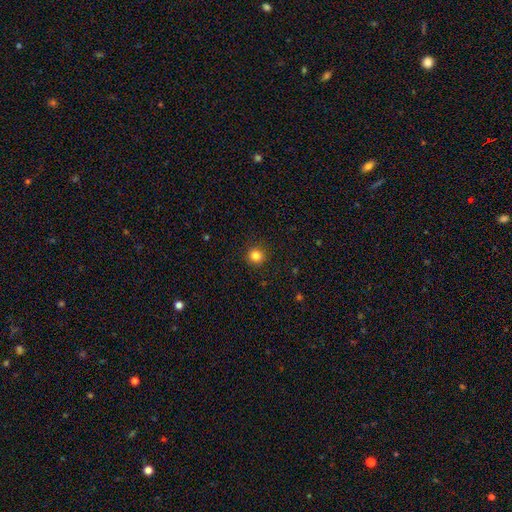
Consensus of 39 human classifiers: Smooth or featured? 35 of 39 (90%) said smooth. How rounded? 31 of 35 (89%) said round. Merging? 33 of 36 (92%) said none.